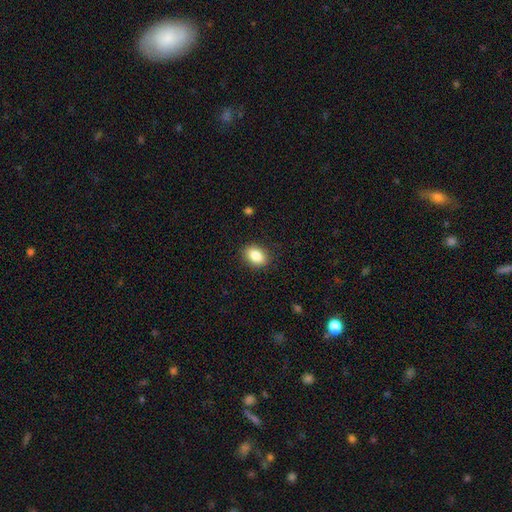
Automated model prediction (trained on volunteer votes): smooth_or_featured: smooth (p=0.86) [alt: star or artifact p=0.08]
how_rounded: in between (p=0.79) [alt: round p=0.20]
merging: none (p=0.87) [alt: minor disturbance p=0.09]